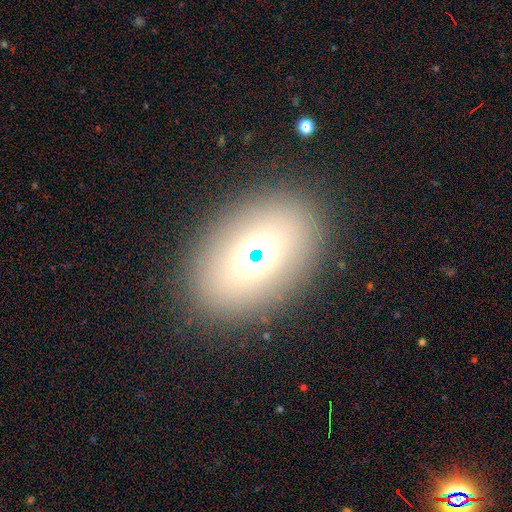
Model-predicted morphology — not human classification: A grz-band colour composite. It shows a smooth galaxy with no disk features (54%) that is in between round and cigar-shaped (73%). Merging: none (84%).